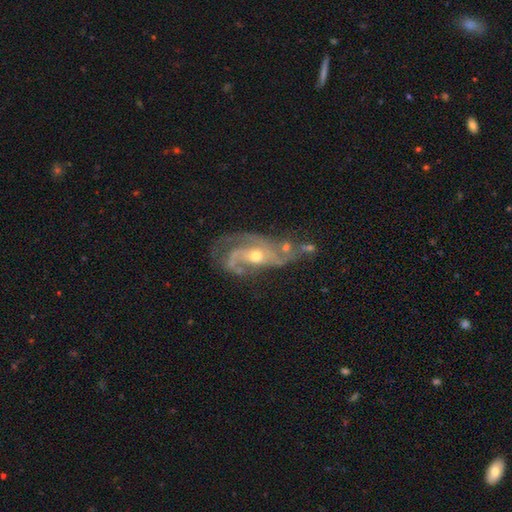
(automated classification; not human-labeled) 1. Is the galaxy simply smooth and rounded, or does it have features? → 87% featured or disk, 7% star or artifact, 6% smooth.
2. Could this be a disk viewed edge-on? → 96% no, 4% yes.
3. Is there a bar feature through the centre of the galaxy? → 58% no, 30% weak, 11% strong.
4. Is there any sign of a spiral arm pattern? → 95% yes, 5% no.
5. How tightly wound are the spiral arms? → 47% medium, 33% tight, 20% loose.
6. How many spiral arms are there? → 39% 2, 30% 3, 14% can't tell, 6% 4, 5% 1, 4% more than 4.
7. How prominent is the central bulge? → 58% moderate, 37% small, 2% large, 1% none, 1% dominant.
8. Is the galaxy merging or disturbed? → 46% none, 23% minor disturbance, 19% major disturbance, 12% merger.